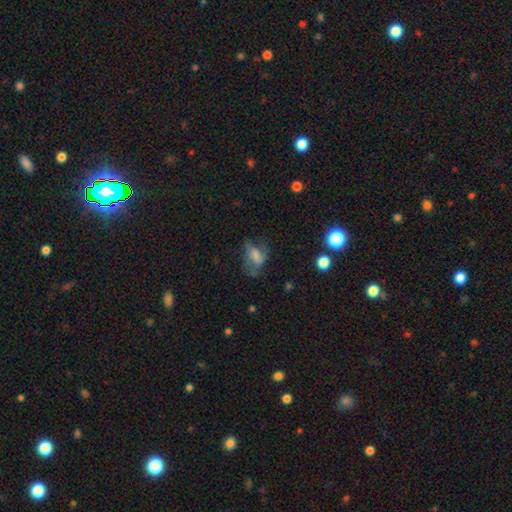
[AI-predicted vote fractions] Overall: smooth (54%; featured or disk 33%). How rounded: in between (79%). Merging: none (36%; major disturbance 34%).